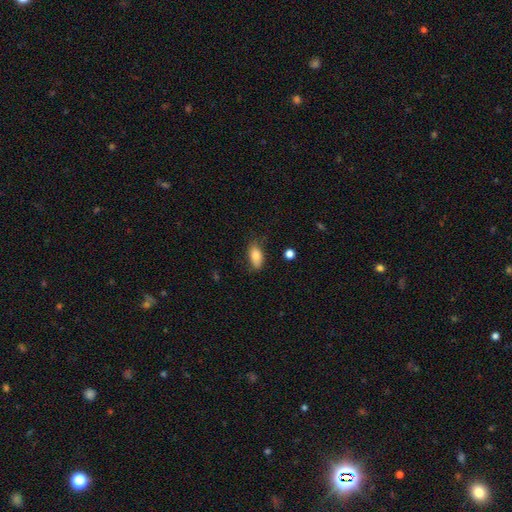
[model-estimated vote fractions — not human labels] Smooth or featured?
  - smooth: 83% *
  - featured or disk: 9%
  - star or artifact: 8%
How rounded?
  - in between: 88% *
  - cigar-shaped: 8%
  - round: 4%
Merging?
  - none: 74% *
  - minor disturbance: 19%
  - major disturbance: 4%
  - merger: 2%